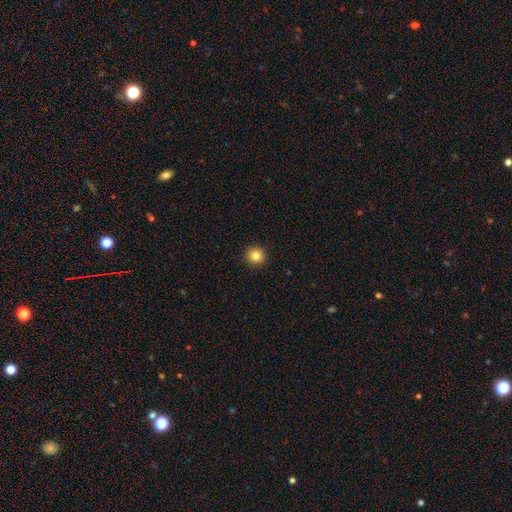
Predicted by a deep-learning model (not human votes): A smooth galaxy with no disk features (84%) that is round (94%).

Vote fractions:
- Smooth or featured? smooth: 84% / star or artifact: 11% / featured or disk: 6%
- How rounded? round: 94% / in between: 5% / cigar-shaped: 1%
- Merging? none: 93% / minor disturbance: 4% / major disturbance: 1% / merger: 1%